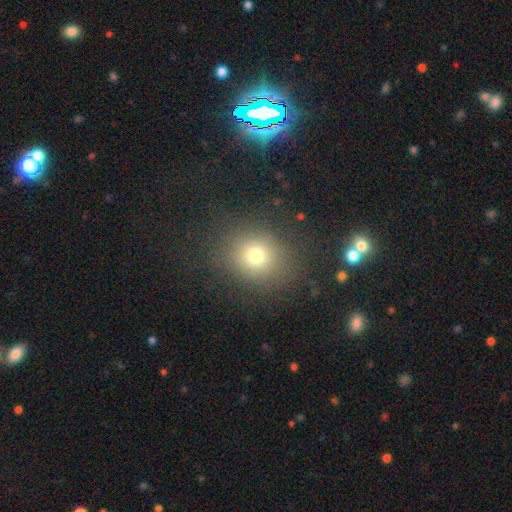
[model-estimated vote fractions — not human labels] A smooth galaxy with no disk features (73%) that is round (73%). Merging: none (83%).